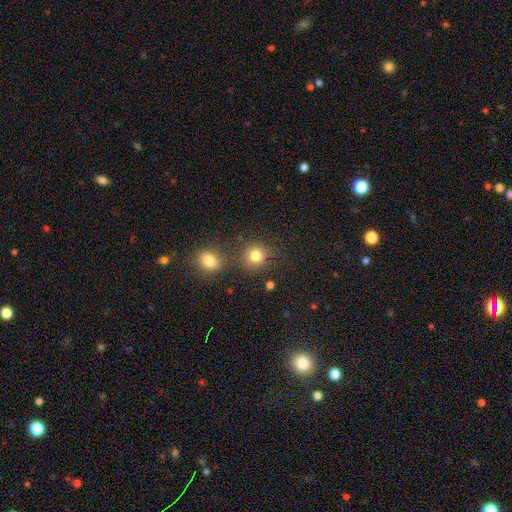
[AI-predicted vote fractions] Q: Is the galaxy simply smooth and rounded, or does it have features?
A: smooth — 81%.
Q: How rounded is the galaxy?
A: round — 87%.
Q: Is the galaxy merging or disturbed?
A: none — 76%.